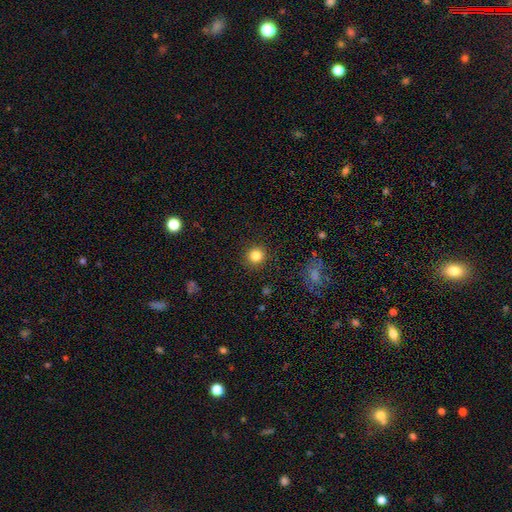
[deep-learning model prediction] A smooth galaxy with no disk features (83%) that is round (93%). Merging: none (91%).